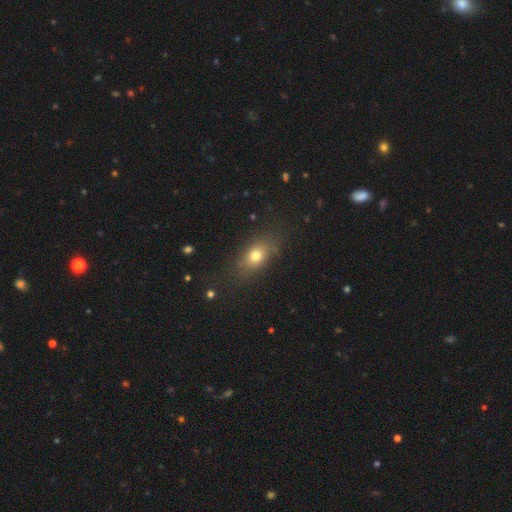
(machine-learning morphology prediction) Smooth or featured? Predicted: smooth (p=0.74). How rounded? Predicted: in between (p=0.69). Merging? Predicted: none (p=0.77).